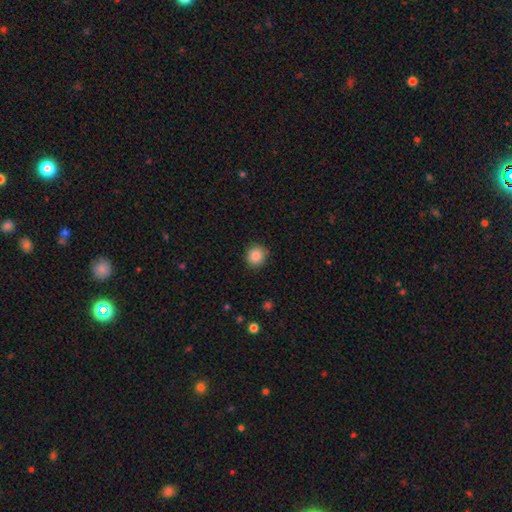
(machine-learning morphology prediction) A smooth galaxy with no disk features (87%) that is round (90%).

Vote fractions:
- Smooth or featured? smooth: 87% / star or artifact: 9% / featured or disk: 4%
- How rounded? round: 90% / in between: 9% / cigar-shaped: 1%
- Merging? none: 88% / minor disturbance: 9% / major disturbance: 2% / merger: 1%